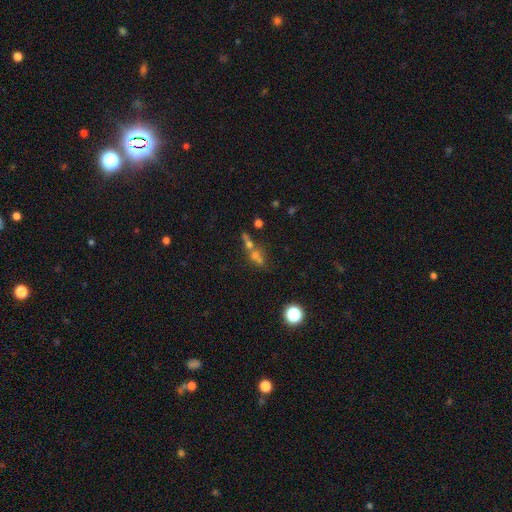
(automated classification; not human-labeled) smooth-or-featured: smooth: 42% | star or artifact: 31% | featured or disk: 26%
  merging: merger: 47% | none: 39% | minor disturbance: 8% | major disturbance: 6%